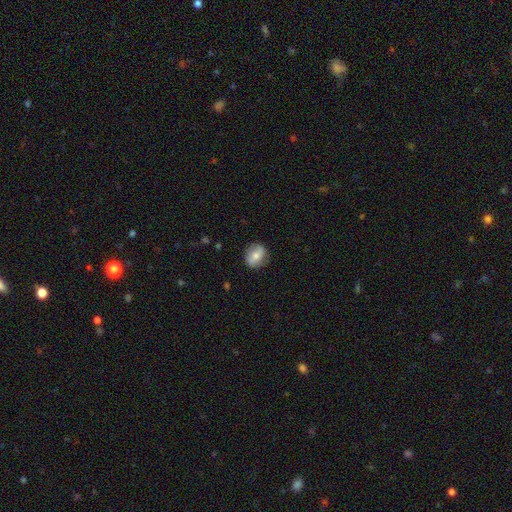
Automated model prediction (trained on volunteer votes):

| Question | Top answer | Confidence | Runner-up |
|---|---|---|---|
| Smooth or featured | smooth | 60% | featured or disk (32%) |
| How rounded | round | 61% | in between (38%) |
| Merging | none | 81% | minor disturbance (14%) |